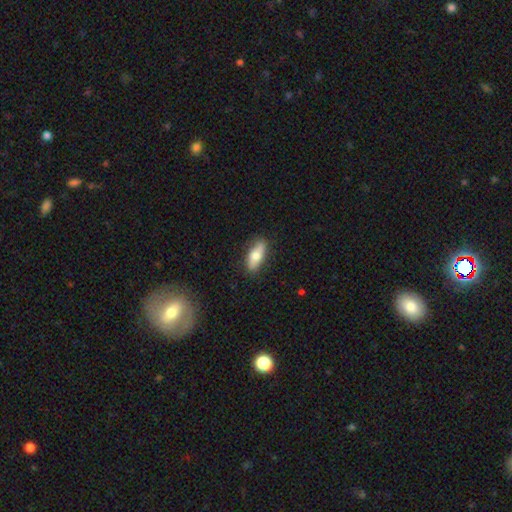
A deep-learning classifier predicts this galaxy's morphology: The model was most divided on "how rounded": in between: 69%, cigar-shaped: 28%, round: 3%. More confident: merging — none (84%); smooth or featured — smooth (70%).